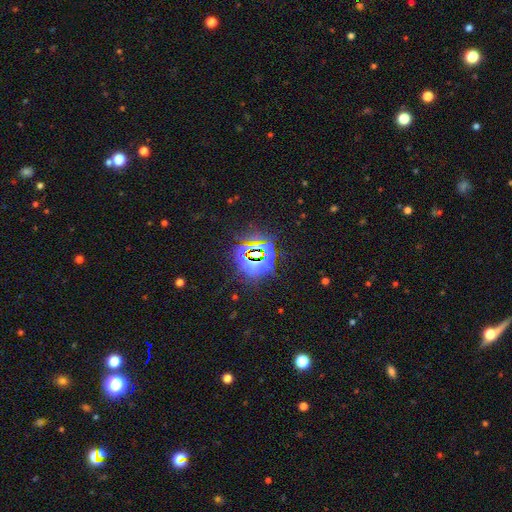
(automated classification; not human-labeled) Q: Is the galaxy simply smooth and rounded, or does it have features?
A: star or artifact — 80%.